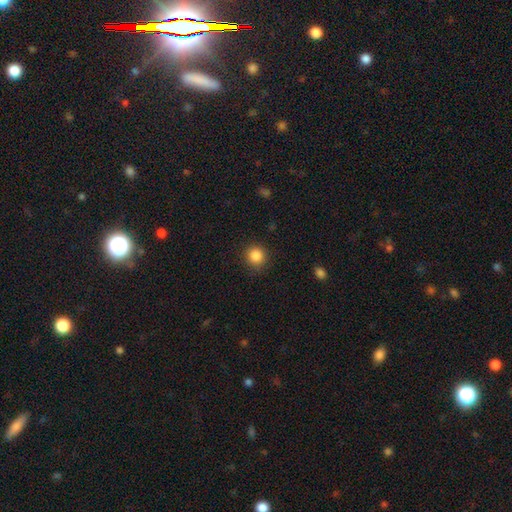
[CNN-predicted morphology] This is clearly a smooth galaxy (86%). How rounded: clearly round (92%). Merging: clearly none (88%).